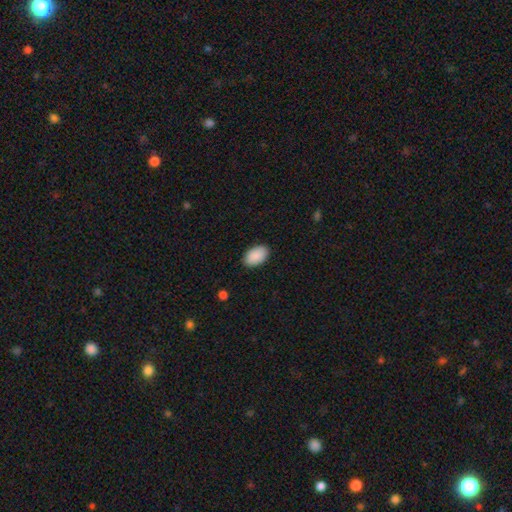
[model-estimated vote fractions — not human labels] smooth 91%, star or artifact 6%, featured or disk 3%. Down the decision tree: how rounded — in between (94%); merging — none (88%).